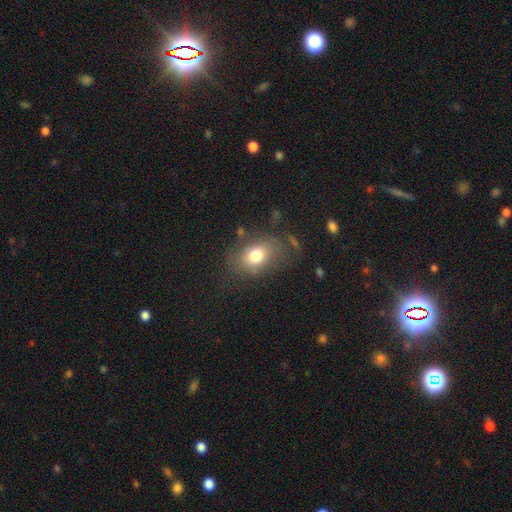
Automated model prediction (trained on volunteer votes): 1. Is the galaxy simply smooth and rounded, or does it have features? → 76% smooth, 14% featured or disk, 10% star or artifact.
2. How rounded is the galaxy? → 71% in between, 28% round, 1% cigar-shaped.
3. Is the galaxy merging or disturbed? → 66% none, 20% minor disturbance, 11% major disturbance, 3% merger.